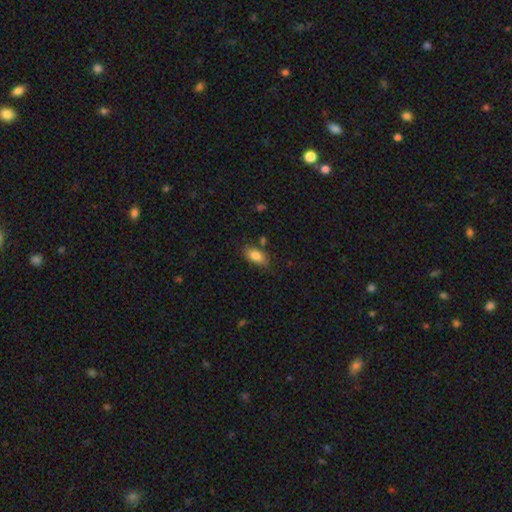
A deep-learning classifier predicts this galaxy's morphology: smooth 84%, featured or disk 9%, star or artifact 7%. Down the decision tree: how rounded — in between (90%); merging — none (76%).